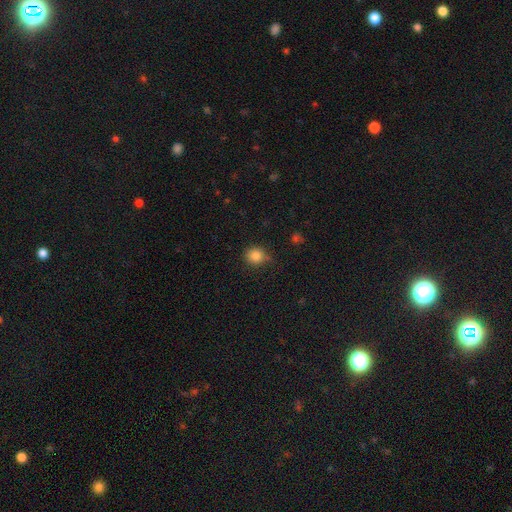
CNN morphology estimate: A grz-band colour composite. It shows a smooth galaxy with no disk features (83%) that is round (86%). Merging: none (75%).